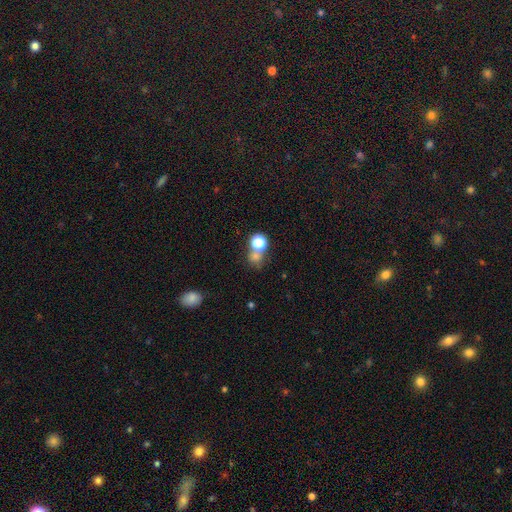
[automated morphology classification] Smooth or featured? Predicted: smooth (p=0.68). How rounded? Predicted: round (p=0.80). Merging? Predicted: none (p=0.49).